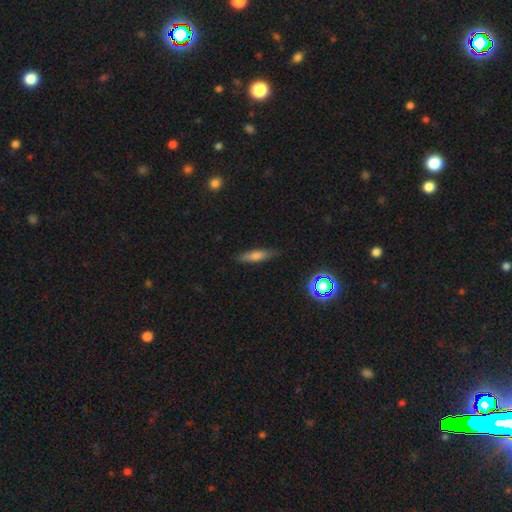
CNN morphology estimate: Smooth or featured: smooth — 60% (featured or disk — 29%)
How rounded: cigar-shaped — 73% (in between — 24%)
Merging: none — 83% (minor disturbance — 13%)